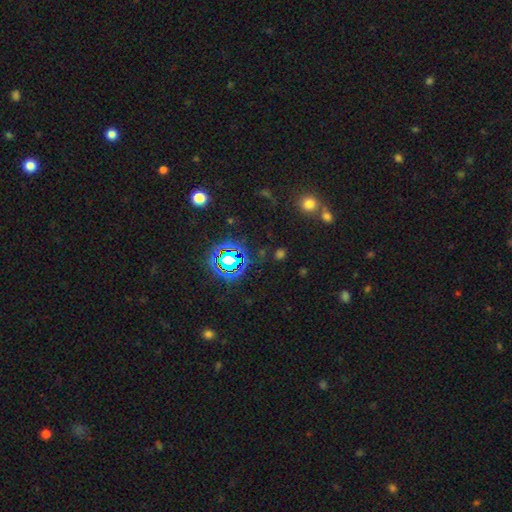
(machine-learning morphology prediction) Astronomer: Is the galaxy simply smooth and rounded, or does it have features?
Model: star or artifact — 70%.